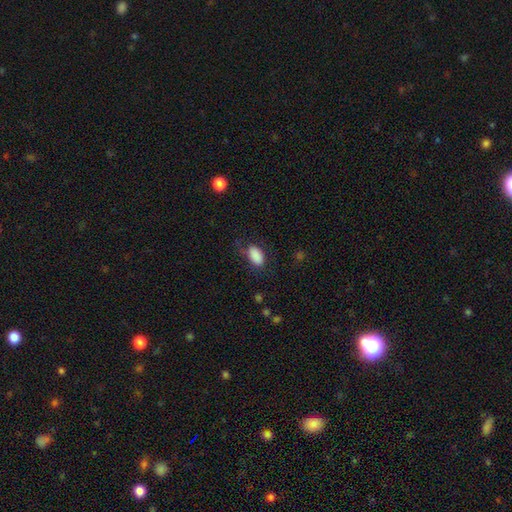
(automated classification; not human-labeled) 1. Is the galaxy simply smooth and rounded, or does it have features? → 88% smooth, 7% star or artifact, 5% featured or disk.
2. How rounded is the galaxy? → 94% in between, 4% round, 2% cigar-shaped.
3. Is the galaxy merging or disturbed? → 69% none, 20% minor disturbance, 10% major disturbance, 2% merger.